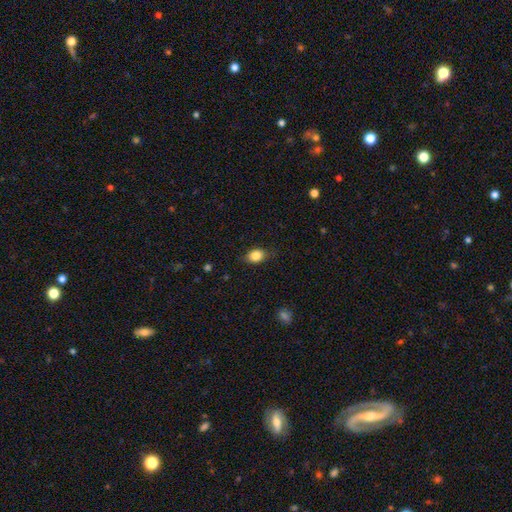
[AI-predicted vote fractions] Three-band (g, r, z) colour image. It shows a smooth galaxy with no disk features (84%) that is in between round and cigar-shaped (68%). Merging: none (80%).